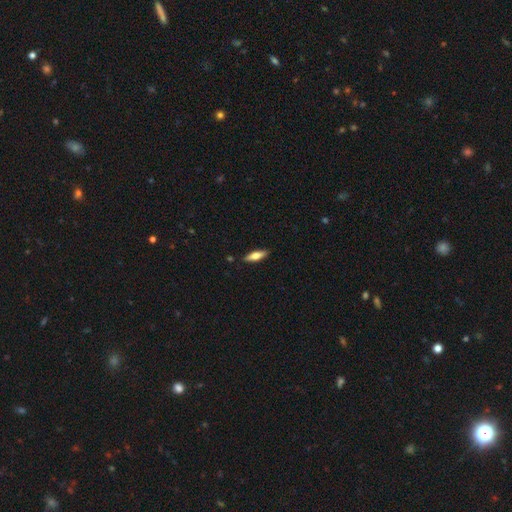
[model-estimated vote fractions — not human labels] Smooth or featured: smooth — 59% (featured or disk — 35%)
How rounded: cigar-shaped — 54% (in between — 44%)
Merging: none — 88% (minor disturbance — 9%)